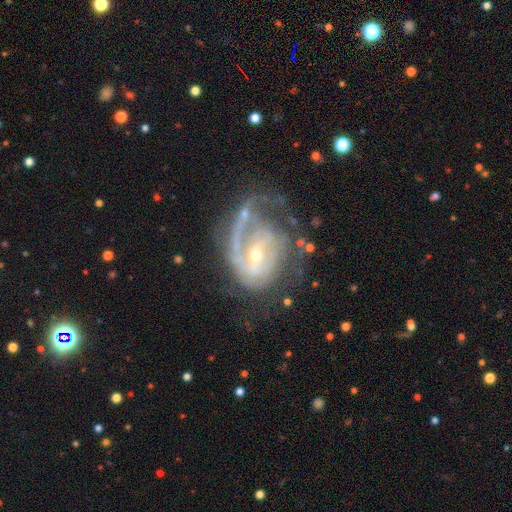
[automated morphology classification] This appears to be a featured or disk galaxy (84%) with a weak bar (44%), 1 (34%) tight (44%) spiral arms (87%) and a small central bulge (67%). Merging: none (37%, tied with major disturbance).